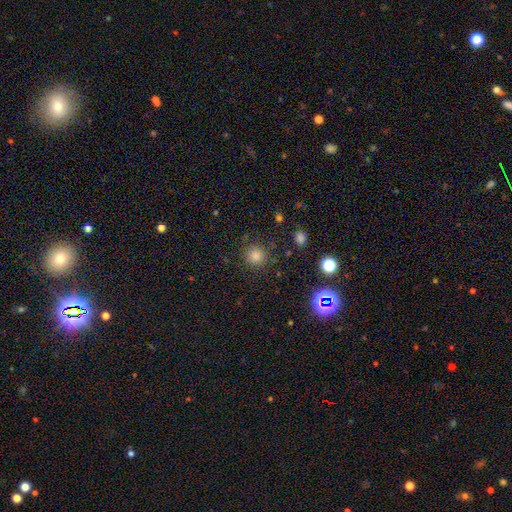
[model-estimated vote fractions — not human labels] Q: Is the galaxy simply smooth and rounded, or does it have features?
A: smooth — 75%.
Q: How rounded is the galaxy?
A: round — 94%.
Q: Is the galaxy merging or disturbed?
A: none — 88%.